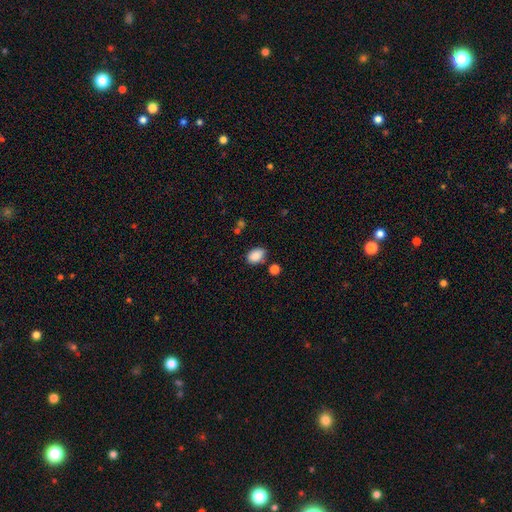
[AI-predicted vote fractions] Smooth or featured: smooth — 88% (star or artifact — 8%)
How rounded: in between — 80% (round — 19%)
Merging: none — 72% (minor disturbance — 17%)